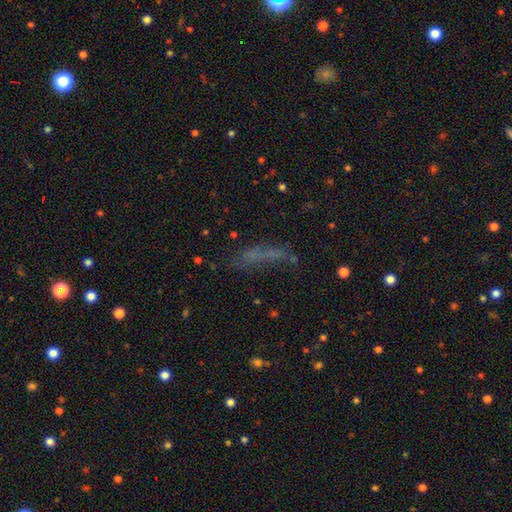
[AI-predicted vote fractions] A smooth galaxy with no disk features (49%).

Vote fractions:
- Smooth or featured? smooth: 49% / star or artifact: 27% / featured or disk: 24%
- Merging? none: 48% / major disturbance: 23% / minor disturbance: 22% / merger: 6%